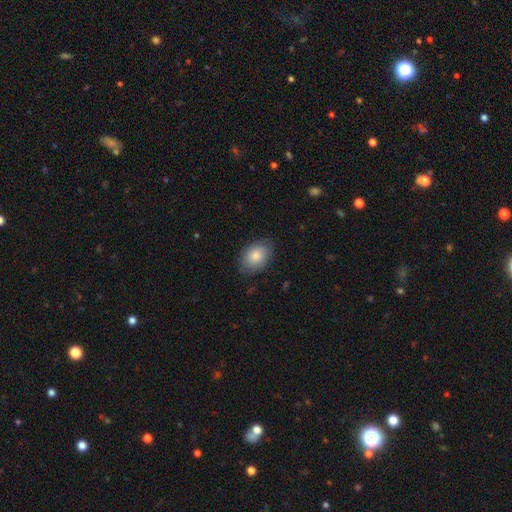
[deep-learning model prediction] smooth-or-featured: smooth: 82% | featured or disk: 11% | star or artifact: 7%
  how-rounded: in between: 77% | round: 22% | cigar-shaped: 1%
  merging: none: 79% | minor disturbance: 17% | major disturbance: 4% | merger: 1%